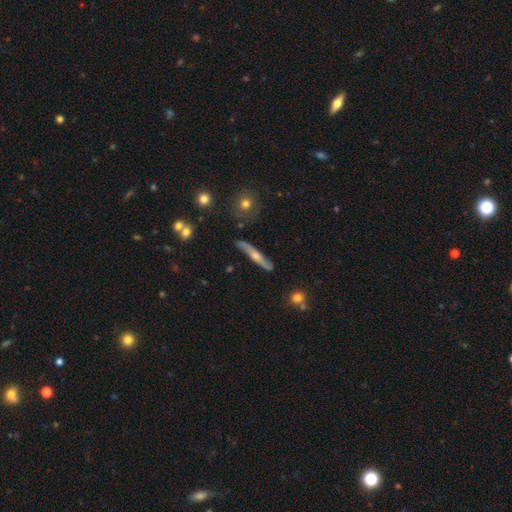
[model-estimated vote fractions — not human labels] The model was most divided on "smooth or featured": featured or disk: 60%, smooth: 34%, star or artifact: 6%. More confident: edge-on disk — yes (83%); merging — none (77%); edge-on bulge — rounded (76%).